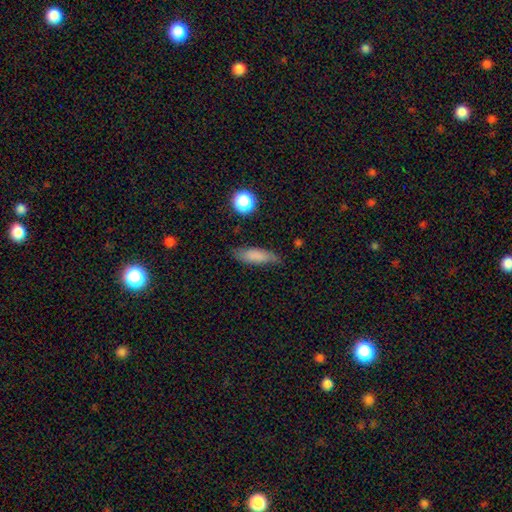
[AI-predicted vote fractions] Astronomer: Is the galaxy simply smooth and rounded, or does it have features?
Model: smooth — 79%.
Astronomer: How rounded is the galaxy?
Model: in between — 54% (runner-up: cigar-shaped, 43%).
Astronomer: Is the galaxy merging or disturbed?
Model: none — 72%.